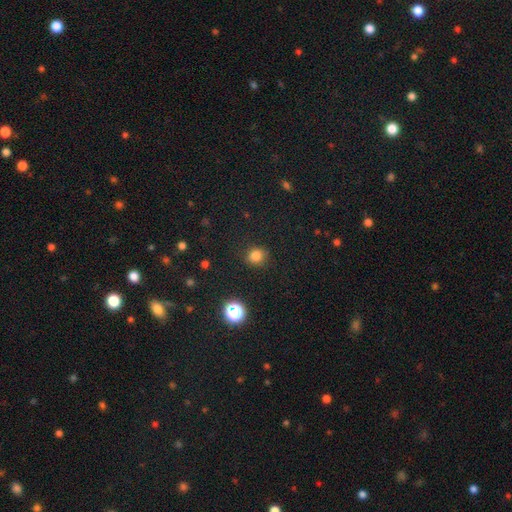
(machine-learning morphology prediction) This appears to be a smooth galaxy with no disk features (79%) that is round (83%). Merging: none (84%).